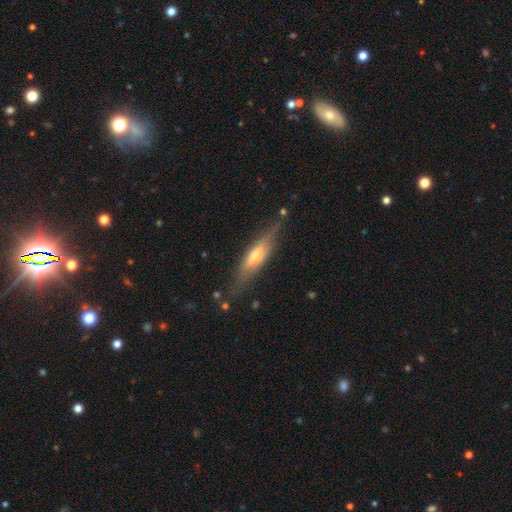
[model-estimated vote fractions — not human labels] A featured or disk galaxy (60%) viewed edge-on (90%) with a rounded central bulge (78%). Merging: none (78%).